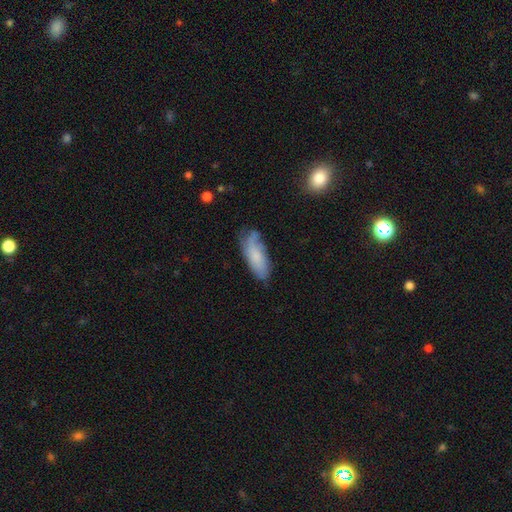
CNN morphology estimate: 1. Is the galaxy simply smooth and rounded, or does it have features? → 64% smooth, 28% featured or disk, 7% star or artifact.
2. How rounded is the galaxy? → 74% in between, 24% cigar-shaped, 2% round.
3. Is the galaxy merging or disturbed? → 52% none, 32% minor disturbance, 12% major disturbance, 3% merger.